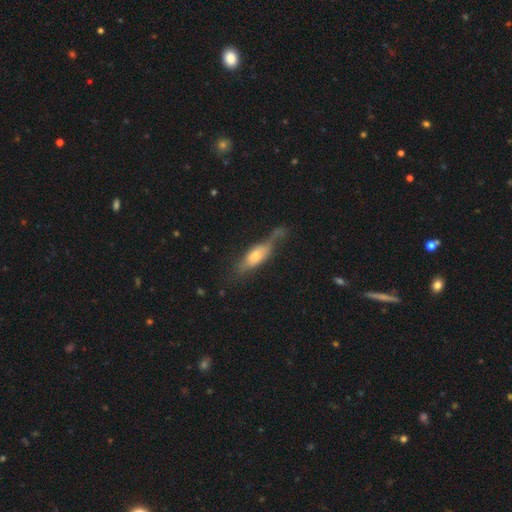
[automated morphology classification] smooth-or-featured: smooth: 47% | featured or disk: 46% | star or artifact: 8%
  merging: none: 43% | minor disturbance: 29% | major disturbance: 21% | merger: 7%